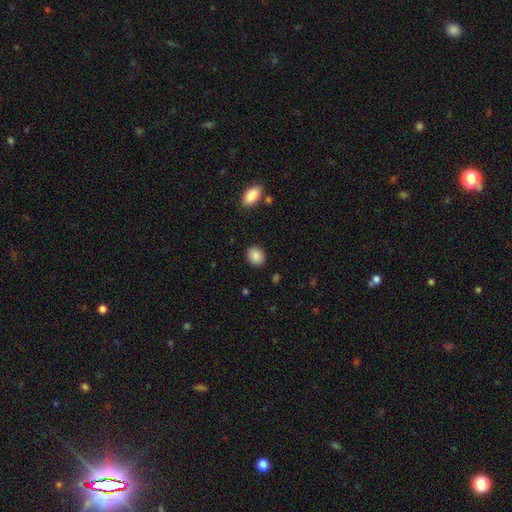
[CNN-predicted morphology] Smooth or featured: smooth — 88% (star or artifact — 8%)
How rounded: in between — 53% (round — 46%)
Merging: none — 88% (minor disturbance — 8%)